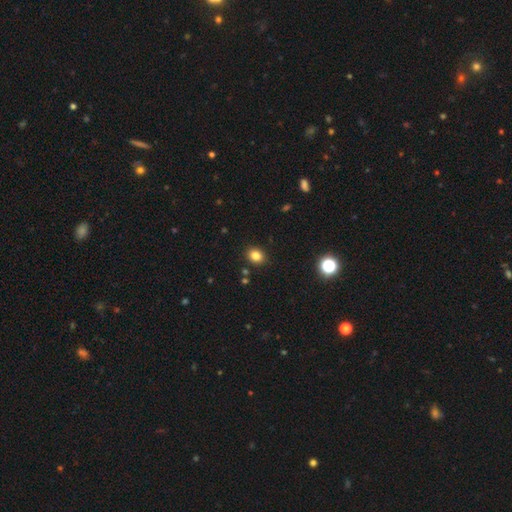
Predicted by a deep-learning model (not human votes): Overall: smooth (82%). How rounded: round (61%; in between 38%). Merging: none (89%).